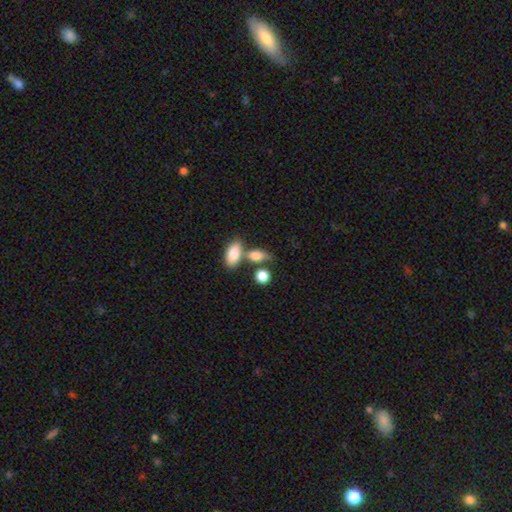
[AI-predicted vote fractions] This is clearly a smooth galaxy (80%). How rounded: likely in between (71%). Merging: possibly none (49%).